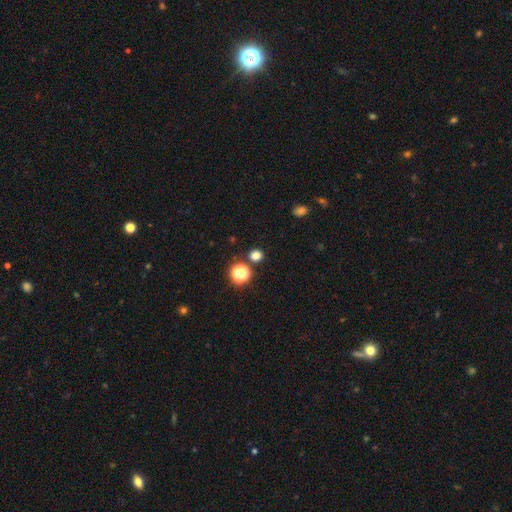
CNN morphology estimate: A smooth galaxy with no disk features (74%) that is round (86%). Merging: none (84%).